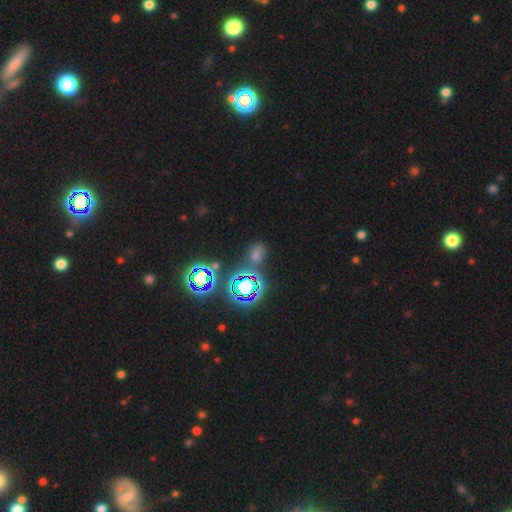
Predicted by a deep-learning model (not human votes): The model was most divided on "smooth or featured": star or artifact: 52%, smooth: 37%, featured or disk: 11%.